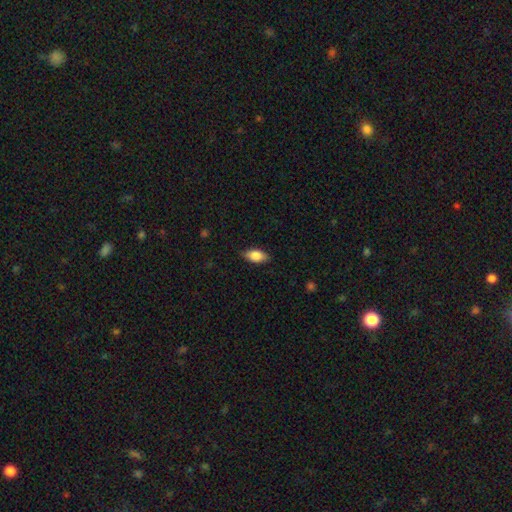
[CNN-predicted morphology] Smooth or featured? Predicted: smooth (p=0.83). How rounded? Predicted: in between (p=0.89). Merging? Predicted: none (p=0.83).